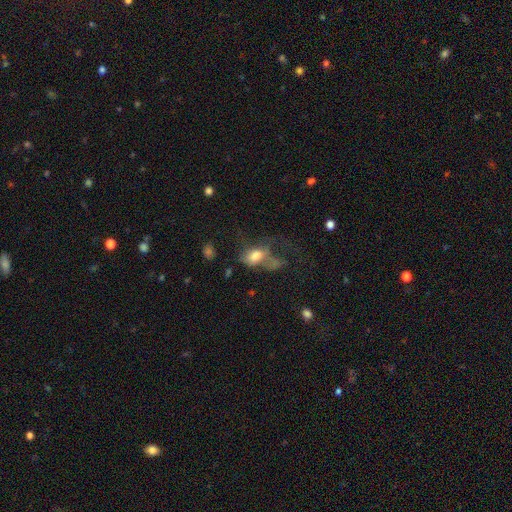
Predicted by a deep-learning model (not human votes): Q: Smooth or featured?
A: smooth (59%); runner-up: featured or disk (29%)
Q: How rounded?
A: in between (79%); runner-up: round (18%)
Q: Merging?
A: major disturbance (58%); runner-up: none (17%)